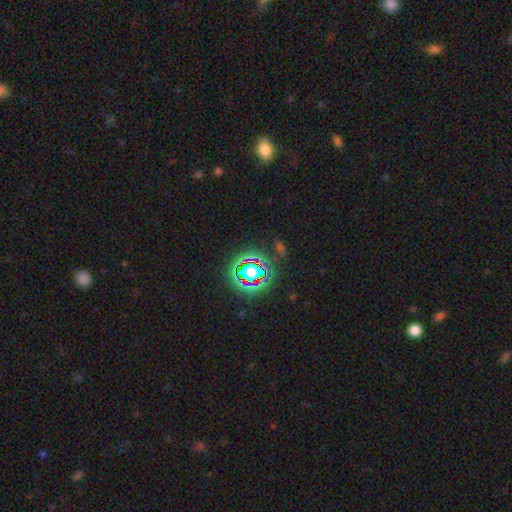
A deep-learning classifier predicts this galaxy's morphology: star or artifact 76%, smooth 15%, featured or disk 9%.